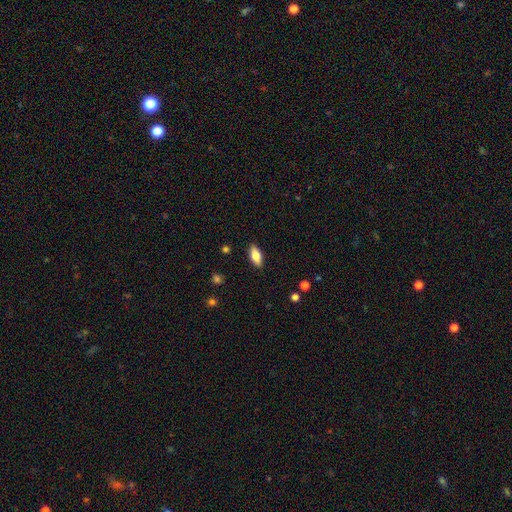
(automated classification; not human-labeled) A smooth galaxy with no disk features (74%) that is in between round and cigar-shaped (83%).

Vote fractions:
- Smooth or featured? smooth: 74% / featured or disk: 20% / star or artifact: 7%
- How rounded? in between: 83% / cigar-shaped: 14% / round: 3%
- Merging? none: 88% / minor disturbance: 9% / major disturbance: 2% / merger: 1%